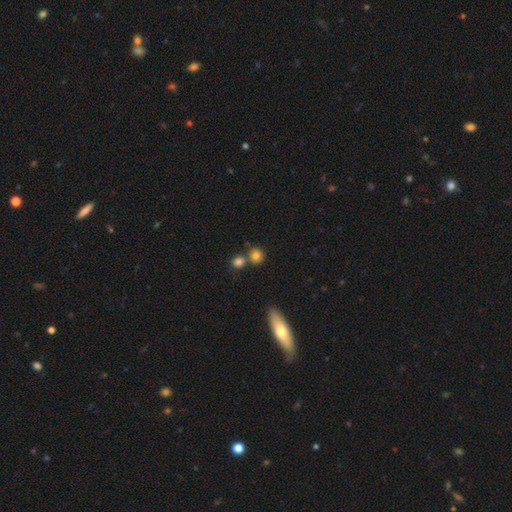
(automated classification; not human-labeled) Morphology: type=smooth (81%); roundness=round (83%); merging=none (58%).